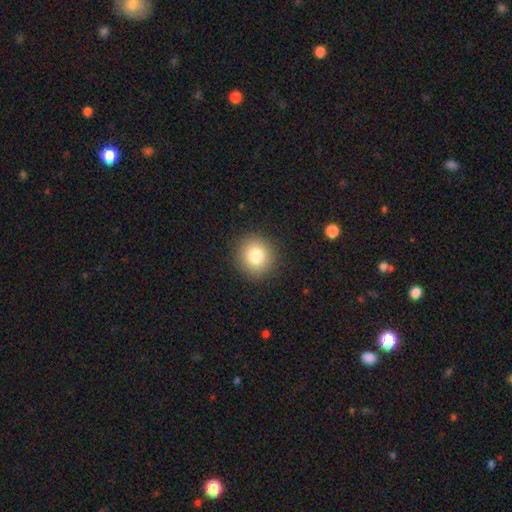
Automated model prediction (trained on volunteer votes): smooth 82%, star or artifact 10%, featured or disk 8%. Down the decision tree: how rounded — round (90%); merging — none (91%).